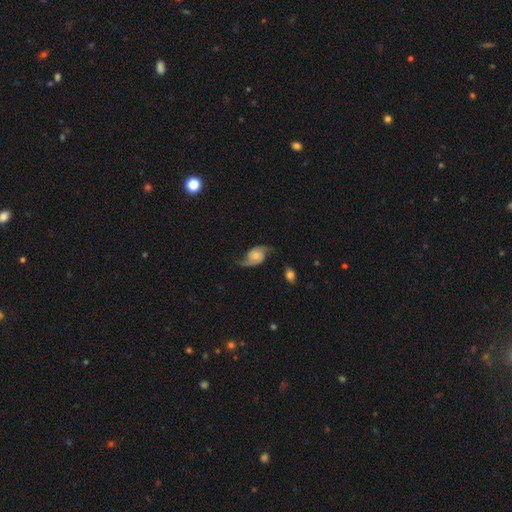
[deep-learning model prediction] smooth-or-featured: featured or disk: 79% | smooth: 14% | star or artifact: 7%
  disk-edge-on: no: 97% | yes: 3%
    bar: no: 73% | weak: 23% | strong: 5%
    has-spiral-arms: yes: 95% | no: 5%
      spiral-winding: loose: 58% | medium: 32% | tight: 11%
      spiral-arm-count: 2: 91% | 1: 3% | can't tell: 3% | 3: 1% | 4: 1% | more than 4: 1%
    bulge-size: small: 51% | moderate: 36% | none: 7% | large: 5% | dominant: 2%
  merging: none: 66% | minor disturbance: 21% | major disturbance: 11% | merger: 2%